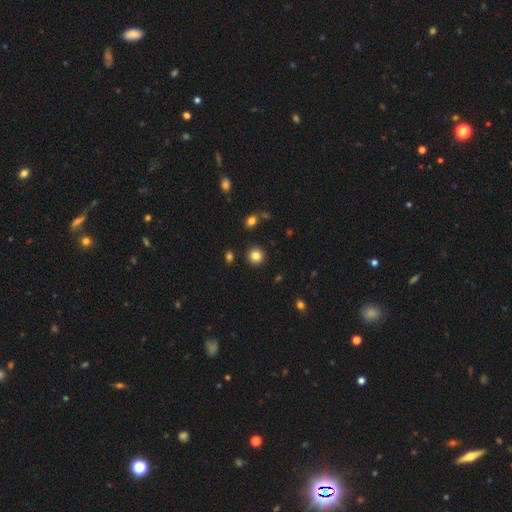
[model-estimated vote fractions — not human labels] The model was most divided on "smooth or featured": smooth: 83%, star or artifact: 11%, featured or disk: 6%. More confident: how rounded — round (91%); merging — none (90%).